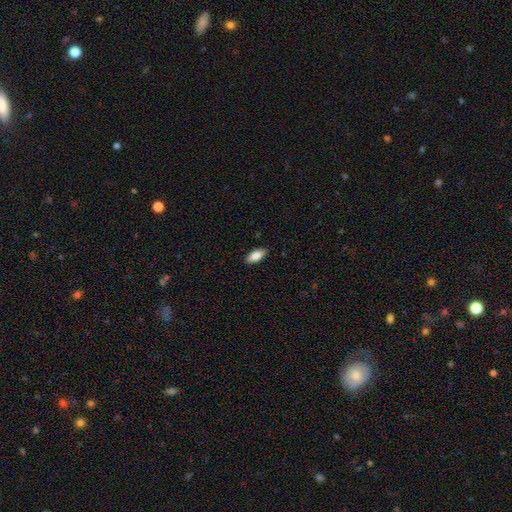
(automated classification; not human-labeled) Smooth or featured: smooth — 85% (featured or disk — 9%)
How rounded: in between — 85% (cigar-shaped — 13%)
Merging: none — 89% (minor disturbance — 9%)